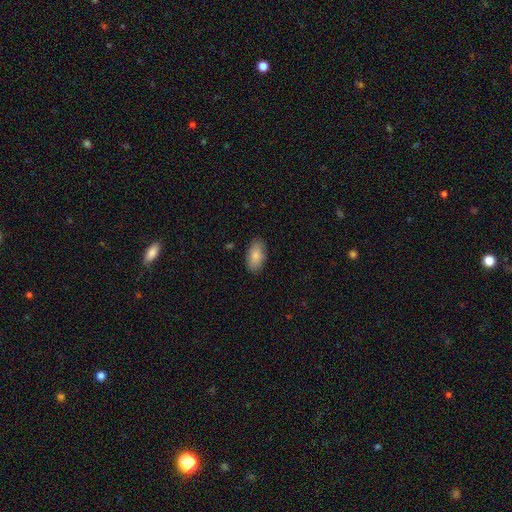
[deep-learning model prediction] Smooth or featured: smooth — 85% (featured or disk — 8%)
How rounded: in between — 94% (round — 3%)
Merging: none — 85% (minor disturbance — 11%)